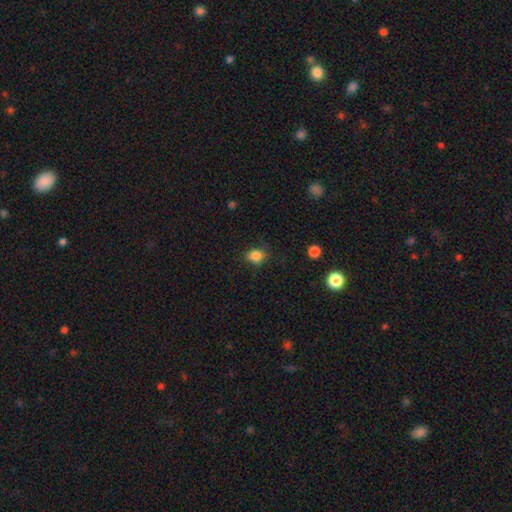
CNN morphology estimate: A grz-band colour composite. It shows a smooth galaxy with no disk features (84%) that is round (63%). Merging: none (76%).